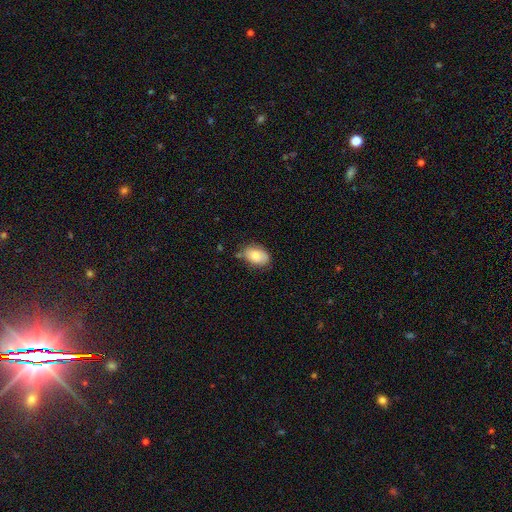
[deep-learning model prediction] This is likely a smooth galaxy (80%). How rounded: clearly in between (88%). Merging: likely none (69%).